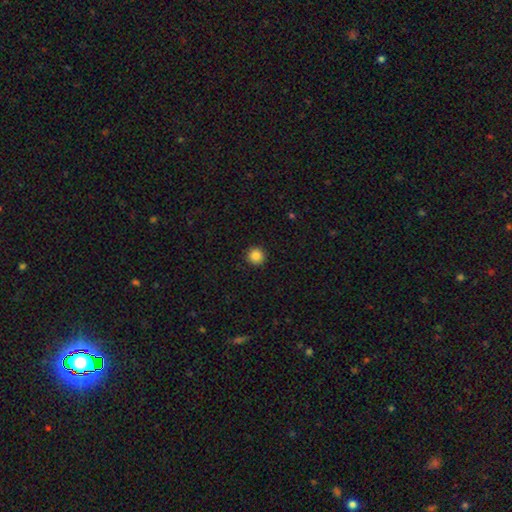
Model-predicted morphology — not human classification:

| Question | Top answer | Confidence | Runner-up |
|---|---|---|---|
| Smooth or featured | smooth | 86% | star or artifact (10%) |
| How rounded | round | 96% | in between (3%) |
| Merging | none | 93% | minor disturbance (5%) |